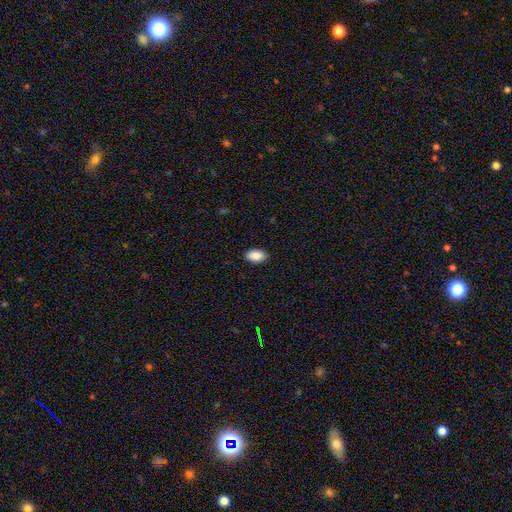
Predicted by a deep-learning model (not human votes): This appears to be a smooth galaxy with no disk features (90%) that is in between round and cigar-shaped (92%). Merging: none (89%).